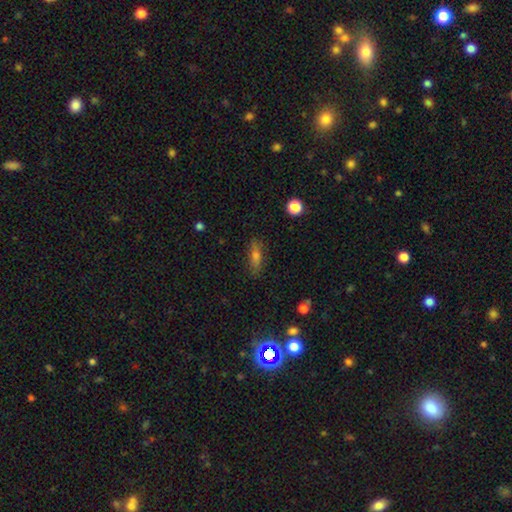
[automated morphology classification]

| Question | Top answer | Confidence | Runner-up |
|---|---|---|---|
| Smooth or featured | smooth | 60% | featured or disk (27%) |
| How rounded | cigar-shaped | 51% | in between (44%) |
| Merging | none | 84% | minor disturbance (12%) |